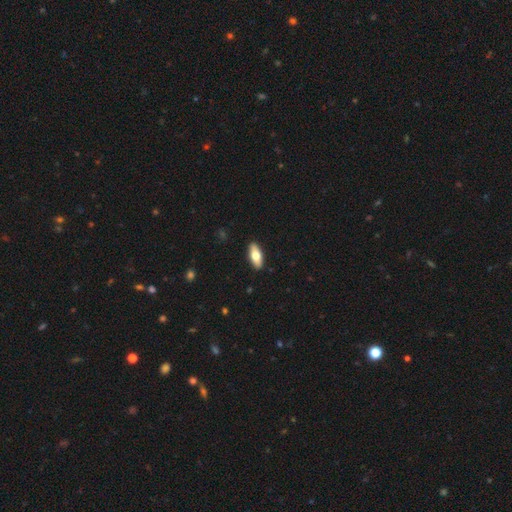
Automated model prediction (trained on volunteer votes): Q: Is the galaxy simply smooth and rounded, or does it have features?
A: smooth — 68%.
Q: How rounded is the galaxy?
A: in between — 78%.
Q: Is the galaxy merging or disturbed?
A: none — 91%.